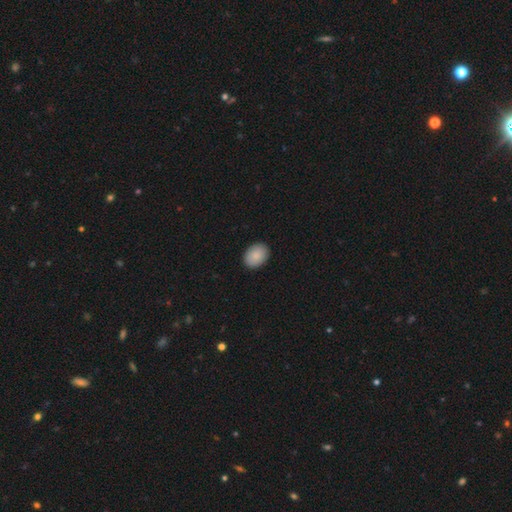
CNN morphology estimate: smooth-or-featured: smooth: 89% | star or artifact: 6% | featured or disk: 4%
  how-rounded: in between: 74% | round: 25% | cigar-shaped: 1%
  merging: none: 90% | minor disturbance: 7% | major disturbance: 2% | merger: 1%